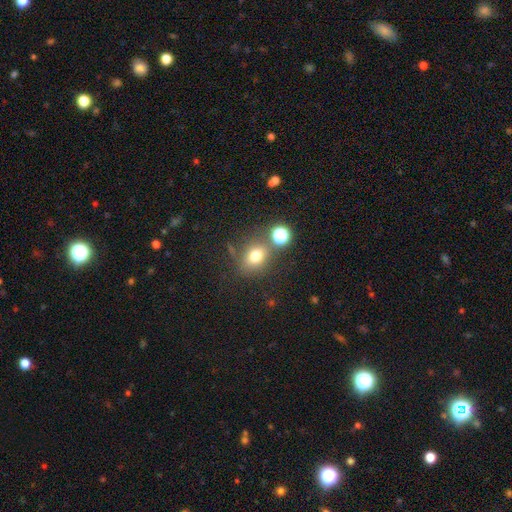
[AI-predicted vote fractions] Smooth or featured?
  - smooth: 71% *
  - star or artifact: 18%
  - featured or disk: 11%
How rounded?
  - round: 59% *
  - in between: 40%
  - cigar-shaped: 1%
Merging?
  - none: 68% *
  - minor disturbance: 14%
  - merger: 12%
  - major disturbance: 6%